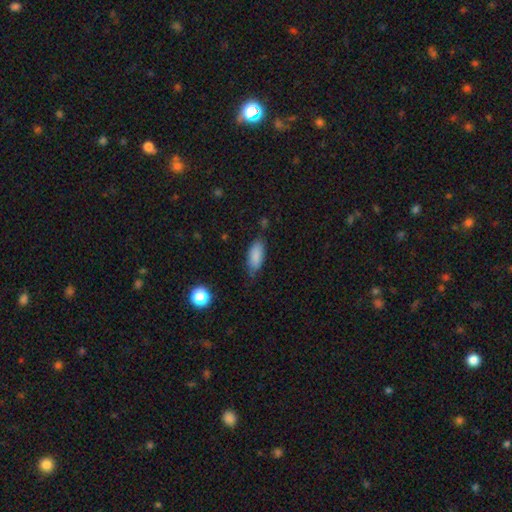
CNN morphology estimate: Smooth or featured: smooth — 86% (star or artifact — 7%)
How rounded: in between — 85% (cigar-shaped — 13%)
Merging: none — 70% (minor disturbance — 23%)